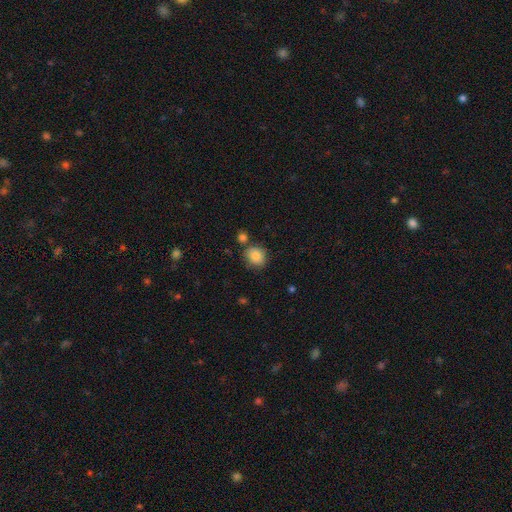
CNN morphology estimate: The model was most divided on "how rounded": round: 77%, in between: 22%, cigar-shaped: 1%. More confident: smooth or featured — smooth (84%); merging — none (71%).